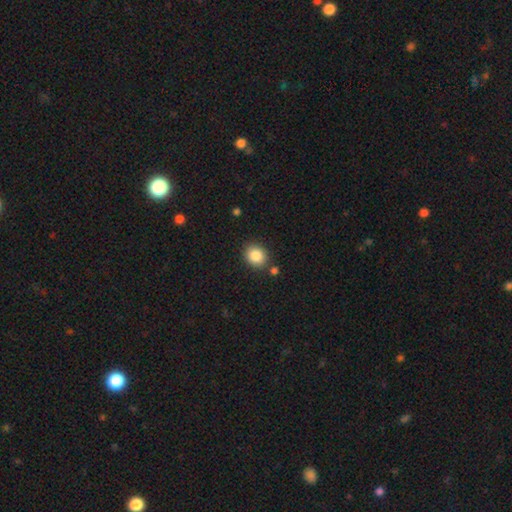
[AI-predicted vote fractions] Smooth or featured? smooth (86%)
How rounded? round (67%)
Merging? none (83%)